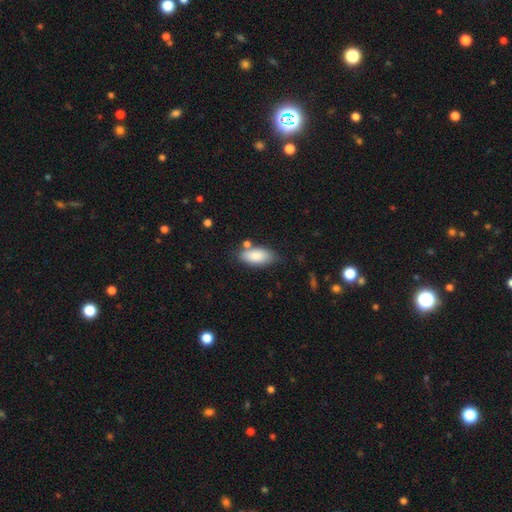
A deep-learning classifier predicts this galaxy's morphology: smooth-or-featured: smooth: 85% | featured or disk: 9% | star or artifact: 6%
  how-rounded: in between: 89% | cigar-shaped: 9% | round: 3%
  merging: none: 68% | minor disturbance: 18% | merger: 9% | major disturbance: 4%